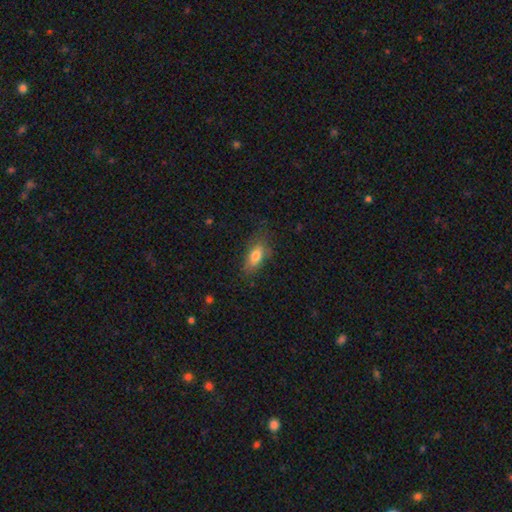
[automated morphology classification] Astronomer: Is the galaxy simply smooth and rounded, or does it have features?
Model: smooth — 77%.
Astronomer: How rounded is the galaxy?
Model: in between — 81%.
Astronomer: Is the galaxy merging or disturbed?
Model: none — 70%.